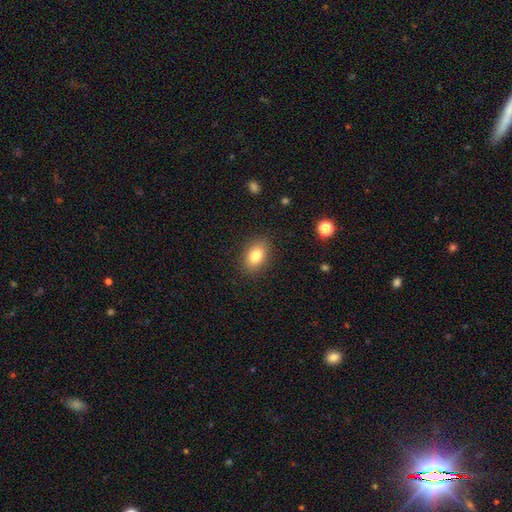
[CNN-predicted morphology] A smooth galaxy with no disk features (82%) that is in between round and cigar-shaped (86%).

Vote fractions:
- Smooth or featured? smooth: 82% / featured or disk: 9% / star or artifact: 8%
- How rounded? in between: 86% / round: 12% / cigar-shaped: 2%
- Merging? none: 87% / minor disturbance: 9% / major disturbance: 3% / merger: 1%